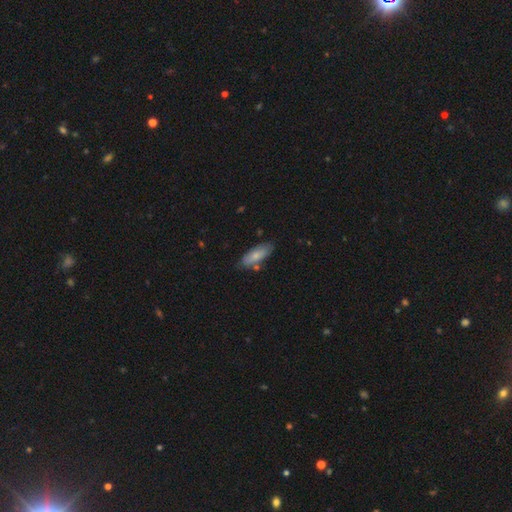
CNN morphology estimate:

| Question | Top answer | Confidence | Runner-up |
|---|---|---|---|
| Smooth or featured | smooth | 74% | featured or disk (20%) |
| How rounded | in between | 72% | cigar-shaped (26%) |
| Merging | none | 73% | minor disturbance (18%) |